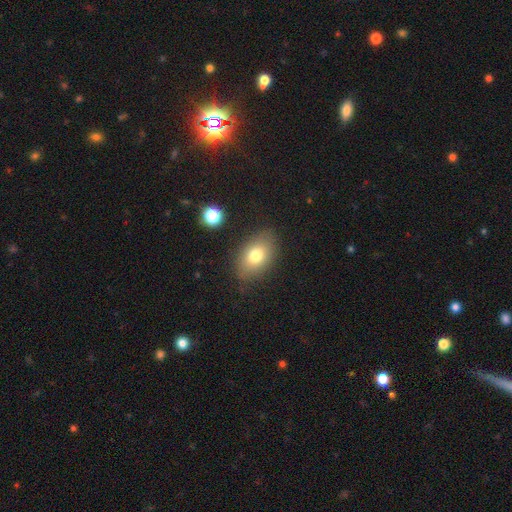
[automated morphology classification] This is likely a smooth galaxy (77%). How rounded: clearly in between (85%). Merging: clearly none (82%).